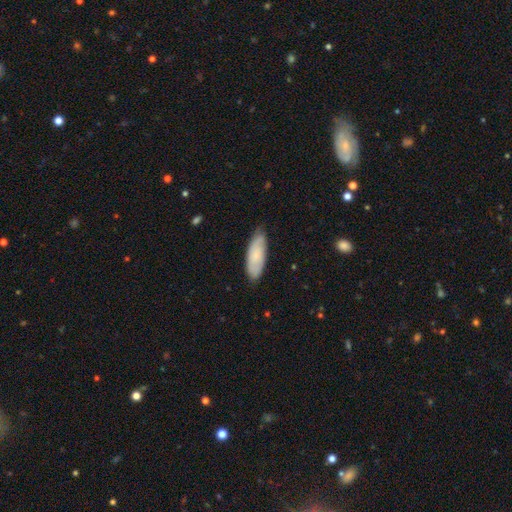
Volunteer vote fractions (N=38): smooth_or_featured: smooth (p=0.74) [alt: featured or disk p=0.26]
how_rounded: in between (p=0.54) [alt: cigar-shaped p=0.36]
merging: none (p=0.74) [alt: minor disturbance p=0.24]